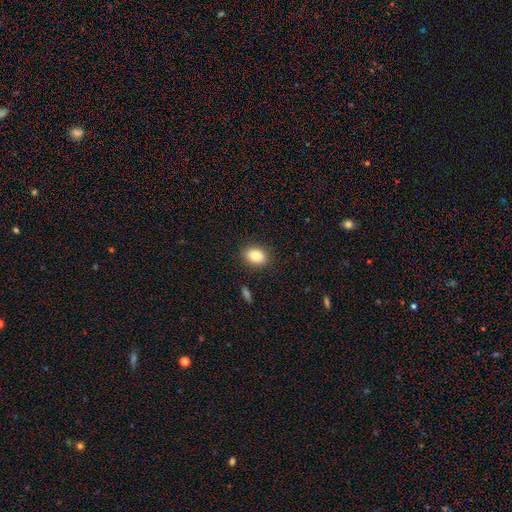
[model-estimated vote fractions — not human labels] Q: Smooth or featured?
A: smooth (85%); runner-up: star or artifact (8%)
Q: How rounded?
A: in between (70%); runner-up: round (28%)
Q: Merging?
A: none (88%); runner-up: minor disturbance (8%)